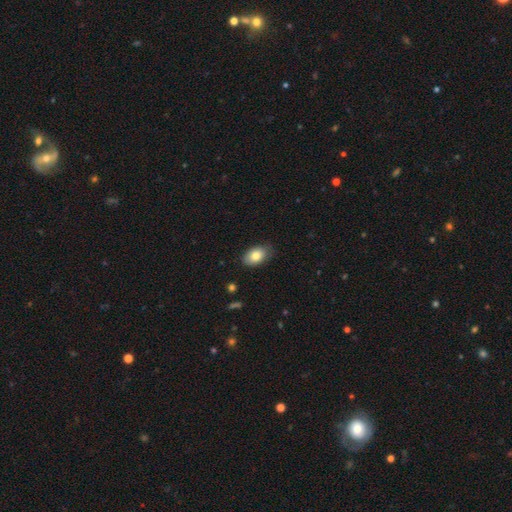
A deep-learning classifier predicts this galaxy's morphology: This appears to be a smooth galaxy with no disk features (81%) that is in between round and cigar-shaped (90%). Merging: none (81%).